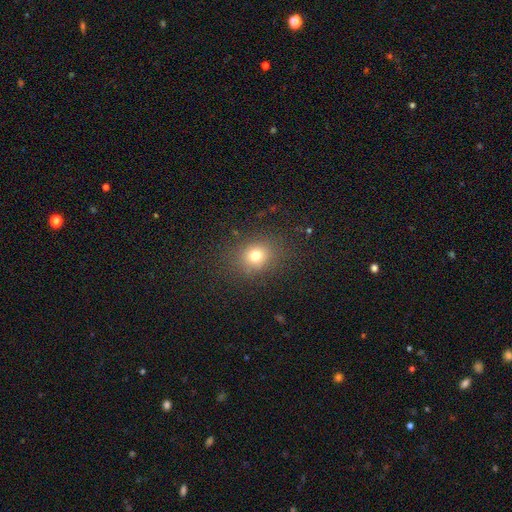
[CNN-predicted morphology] A smooth galaxy with no disk features (75%) that is round (66%).

Vote fractions:
- Smooth or featured? smooth: 75% / star or artifact: 16% / featured or disk: 9%
- How rounded? round: 66% / in between: 33% / cigar-shaped: 1%
- Merging? none: 83% / minor disturbance: 11% / major disturbance: 5% / merger: 1%